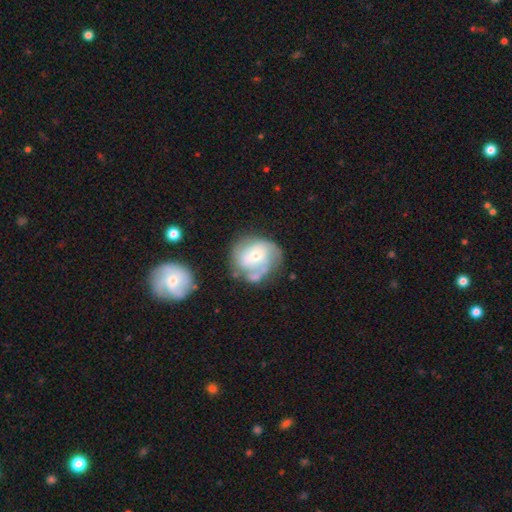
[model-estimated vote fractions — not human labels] A featured or disk galaxy (70%) with no bar (66%), tight (49%) spiral arms (83%) and a moderate central bulge (49%). Merging: none (47%).